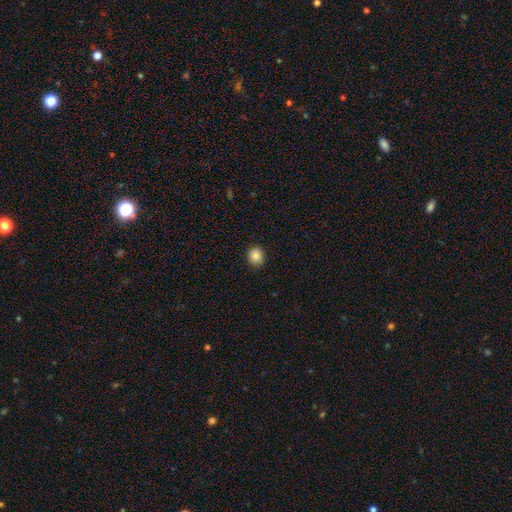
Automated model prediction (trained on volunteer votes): A smooth galaxy with no disk features (86%) that is round (82%). Merging: none (90%).